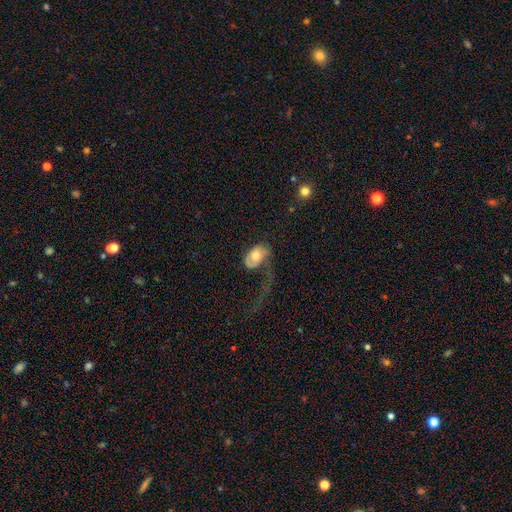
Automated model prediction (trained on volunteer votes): The model was most divided on "smooth or featured": smooth: 54%, featured or disk: 40%, star or artifact: 7%. More confident: how rounded — in between (87%); merging — major disturbance (57%).